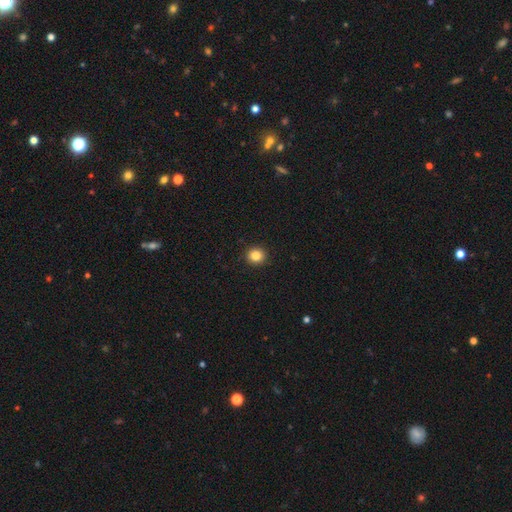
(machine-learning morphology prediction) Overall: smooth (84%). How rounded: round (89%). Merging: none (92%).